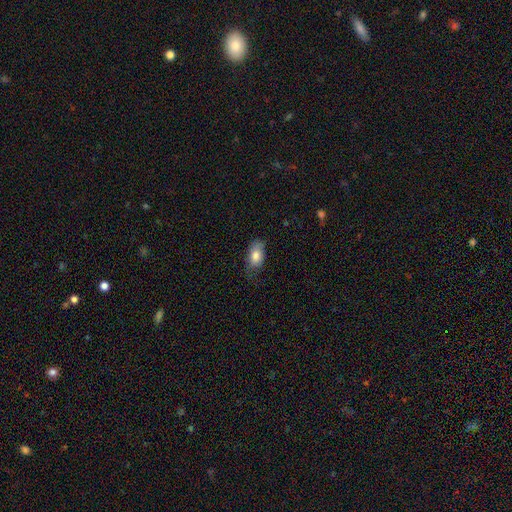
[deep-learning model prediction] smooth-or-featured: smooth: 79% | featured or disk: 14% | star or artifact: 7%
  how-rounded: in between: 91% | round: 7% | cigar-shaped: 3%
  merging: none: 58% | minor disturbance: 30% | major disturbance: 10% | merger: 1%